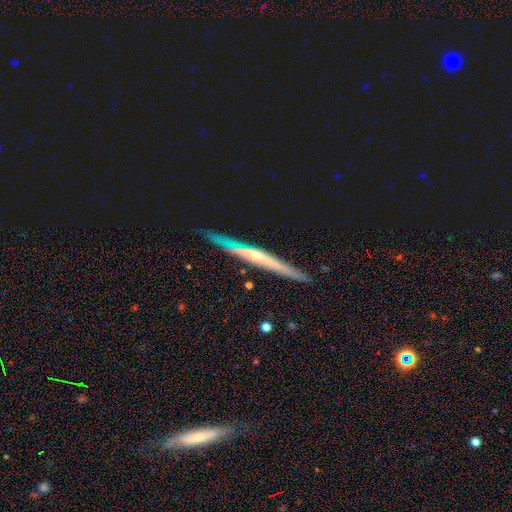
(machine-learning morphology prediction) A featured or disk galaxy (71%) viewed edge-on (94%) with a rounded central bulge (48%).

Vote fractions:
- Smooth or featured? featured or disk: 71% / smooth: 19% / star or artifact: 9%
- Edge-on disk? yes: 94% / no: 6%
- Edge-on bulge? rounded: 48% / none: 46% / boxy: 6%
- Merging? none: 85% / minor disturbance: 11% / major disturbance: 2% / merger: 2%